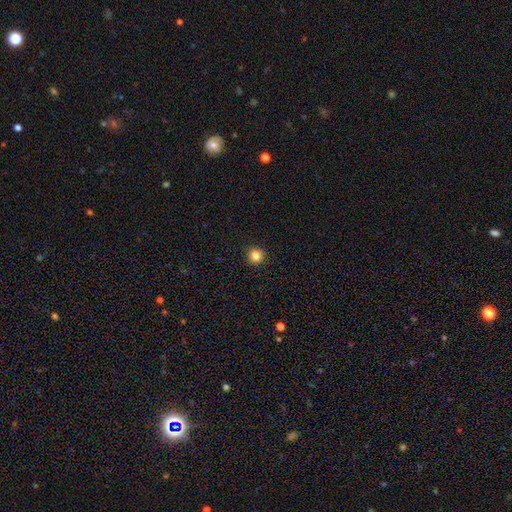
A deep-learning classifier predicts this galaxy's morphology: smooth_or_featured: smooth (p=0.84) [alt: star or artifact p=0.11]
how_rounded: round (p=0.96) [alt: in between p=0.03]
merging: none (p=0.94) [alt: minor disturbance p=0.04]